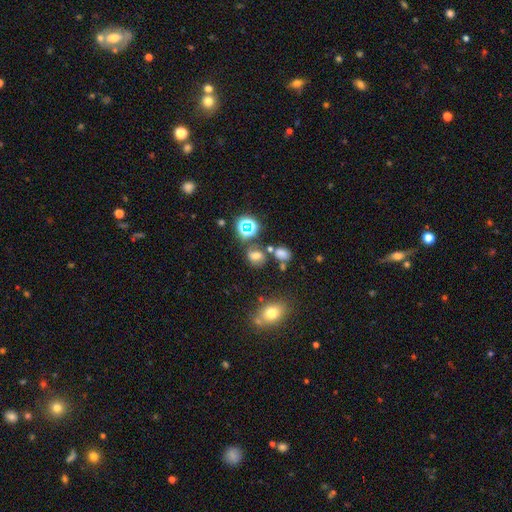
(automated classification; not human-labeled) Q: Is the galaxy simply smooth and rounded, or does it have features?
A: smooth — 54%.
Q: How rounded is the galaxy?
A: in between — 50%.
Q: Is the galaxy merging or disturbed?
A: none — 61%.